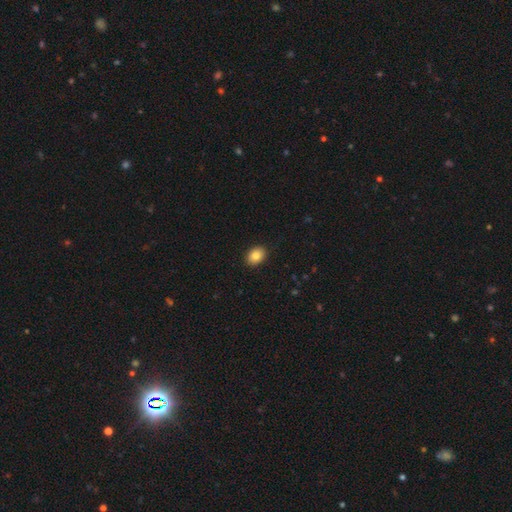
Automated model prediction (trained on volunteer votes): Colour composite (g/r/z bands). It shows a smooth galaxy with no disk features (85%) that is in between round and cigar-shaped (67%). Merging: none (90%).